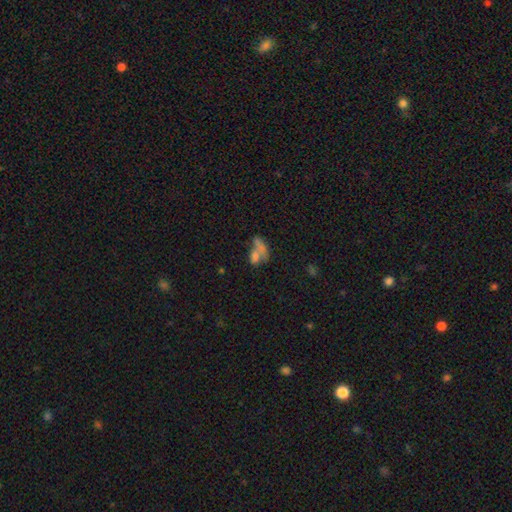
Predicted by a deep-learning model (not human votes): A smooth galaxy with no disk features (66%) that is in between round and cigar-shaped (63%).

Vote fractions:
- Smooth or featured? smooth: 66% / featured or disk: 18% / star or artifact: 15%
- How rounded? in between: 63% / round: 22% / cigar-shaped: 15%
- Merging? merger: 52% / none: 28% / minor disturbance: 10% / major disturbance: 10%